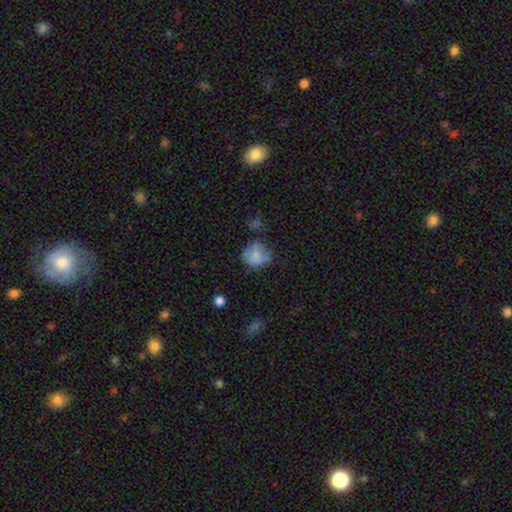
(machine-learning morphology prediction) Smooth or featured? Predicted: smooth (p=0.74). How rounded? Predicted: round (p=0.64). Merging? Predicted: none (p=0.48).